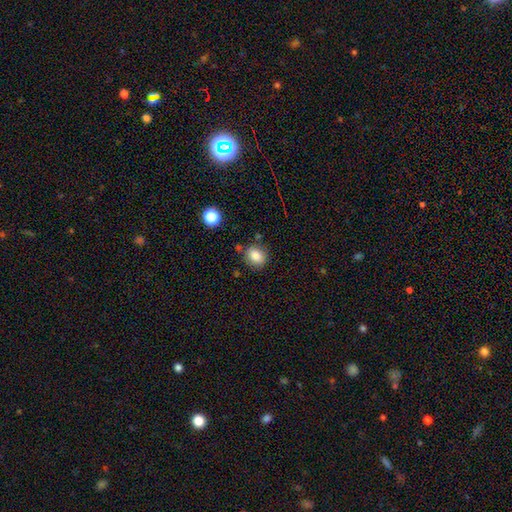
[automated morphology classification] smooth-or-featured: smooth: 85% | star or artifact: 10% | featured or disk: 6%
  how-rounded: round: 56% | in between: 43% | cigar-shaped: 1%
  merging: none: 77% | minor disturbance: 14% | merger: 5% | major disturbance: 4%